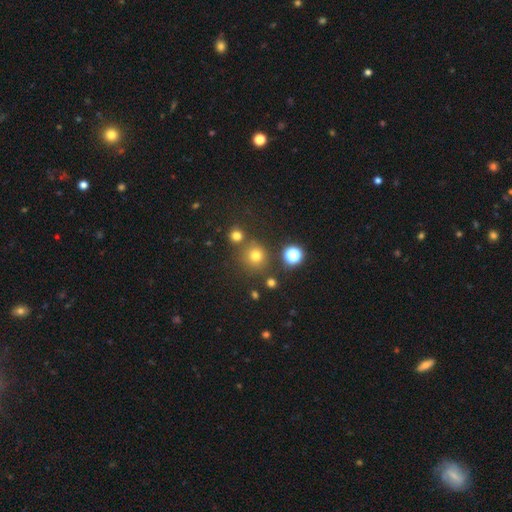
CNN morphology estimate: smooth_or_featured: smooth (p=0.70) [alt: star or artifact p=0.22]
how_rounded: round (p=0.92) [alt: in between p=0.07]
merging: none (p=0.78) [alt: merger p=0.10]